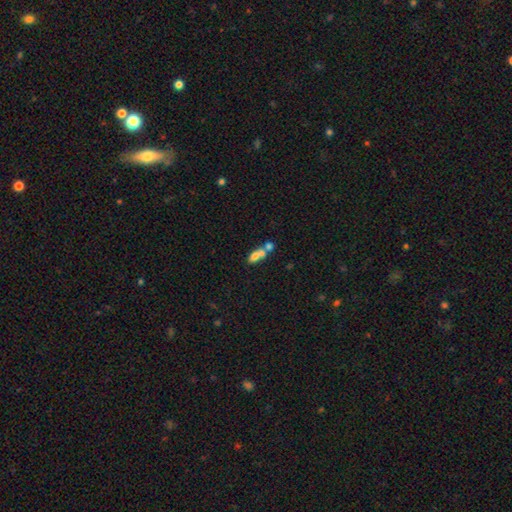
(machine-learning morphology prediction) A smooth galaxy with no disk features (65%) that is in between round and cigar-shaped (75%). Merging: merger (61%).